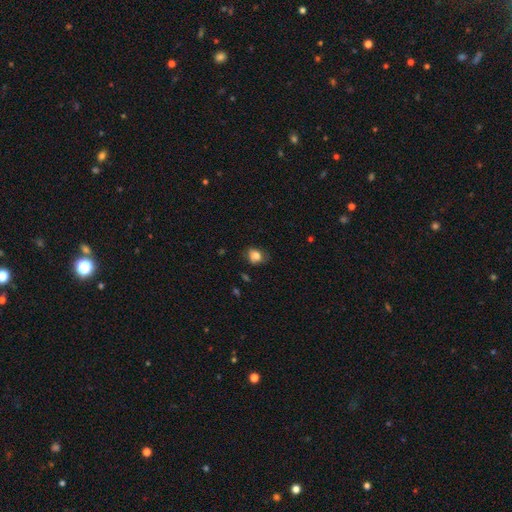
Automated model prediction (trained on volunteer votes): This appears to be a smooth galaxy with no disk features (77%) that is in between round and cigar-shaped (56%). Merging: none (58%).